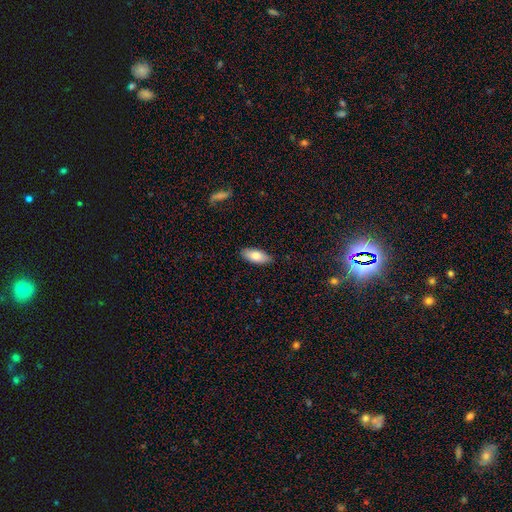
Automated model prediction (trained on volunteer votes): This appears to be a smooth galaxy with no disk features (79%) that is in between round and cigar-shaped (85%). Merging: none (87%).